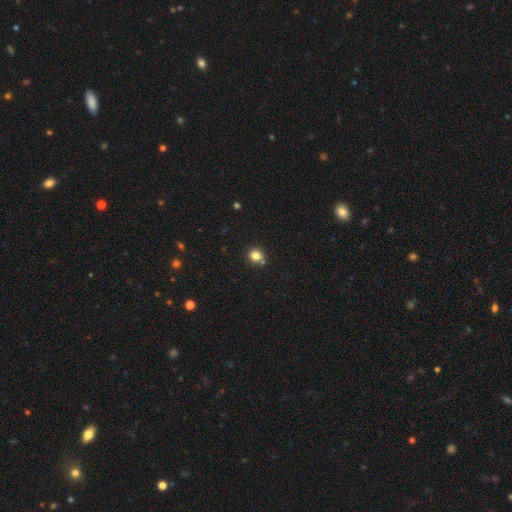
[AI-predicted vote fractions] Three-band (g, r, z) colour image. It shows a smooth galaxy with no disk features (80%) that is round (84%). Merging: none (73%).